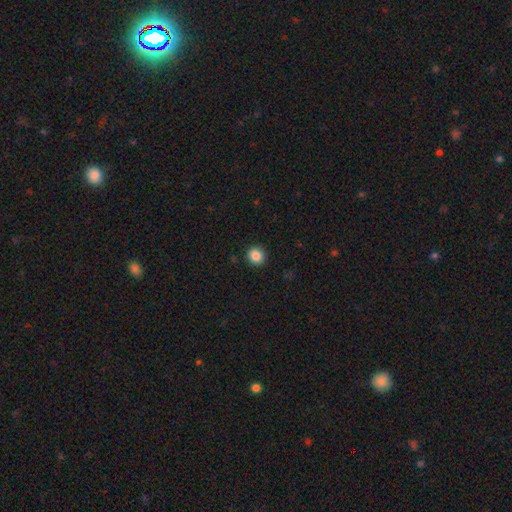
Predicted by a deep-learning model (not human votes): A smooth galaxy with no disk features (86%) that is round (85%). Merging: none (92%).